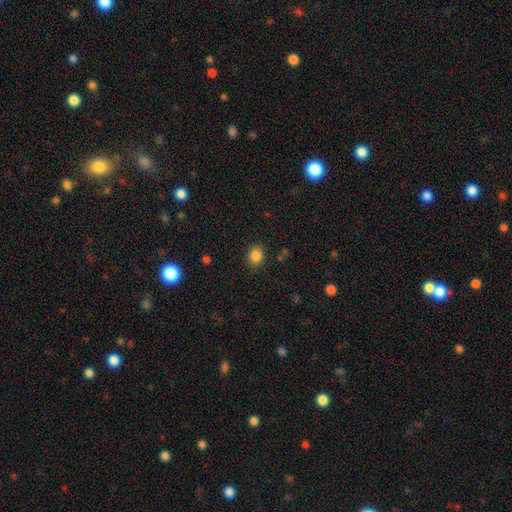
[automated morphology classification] This is clearly a smooth galaxy (85%). How rounded: possibly in between (53%). Merging: clearly none (86%).